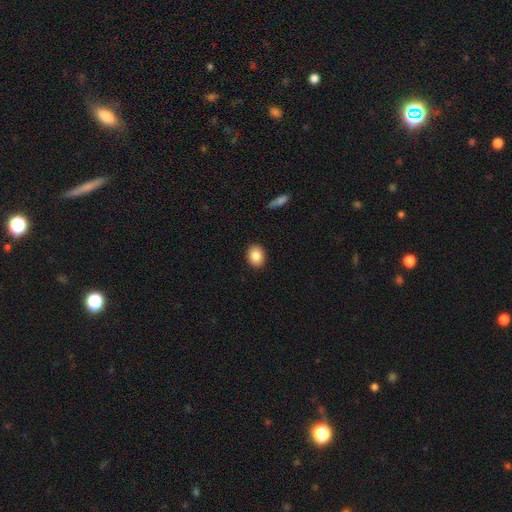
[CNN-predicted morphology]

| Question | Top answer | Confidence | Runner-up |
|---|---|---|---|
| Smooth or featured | smooth | 87% | star or artifact (8%) |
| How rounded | in between | 53% | round (46%) |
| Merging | none | 90% | minor disturbance (7%) |